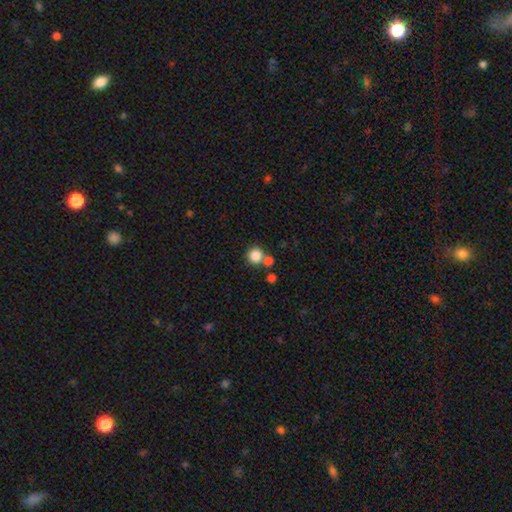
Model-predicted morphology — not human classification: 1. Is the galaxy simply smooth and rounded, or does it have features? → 84% smooth, 11% star or artifact, 5% featured or disk.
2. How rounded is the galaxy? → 93% round, 6% in between, 1% cigar-shaped.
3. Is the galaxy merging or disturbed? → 68% none, 21% merger, 8% minor disturbance, 3% major disturbance.